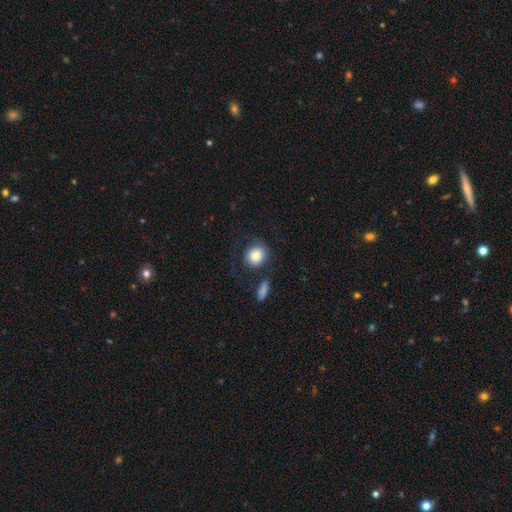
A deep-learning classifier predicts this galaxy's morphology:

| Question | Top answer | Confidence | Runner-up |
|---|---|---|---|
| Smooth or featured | smooth | 83% | featured or disk (10%) |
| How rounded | round | 74% | in between (25%) |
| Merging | none | 69% | minor disturbance (15%) |